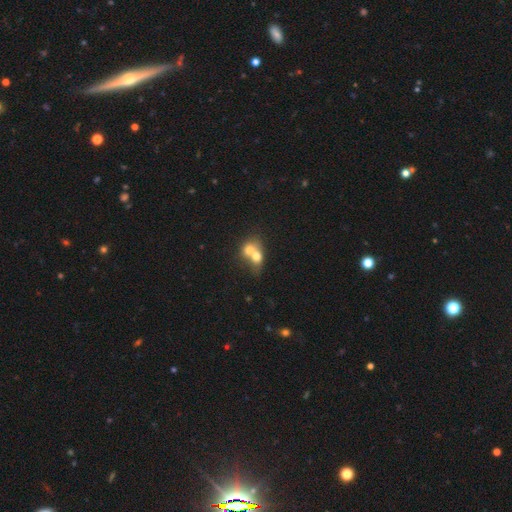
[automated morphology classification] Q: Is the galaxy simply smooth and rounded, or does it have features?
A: smooth — 67%.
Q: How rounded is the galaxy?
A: round — 56%.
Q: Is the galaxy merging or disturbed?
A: merger — 76%.